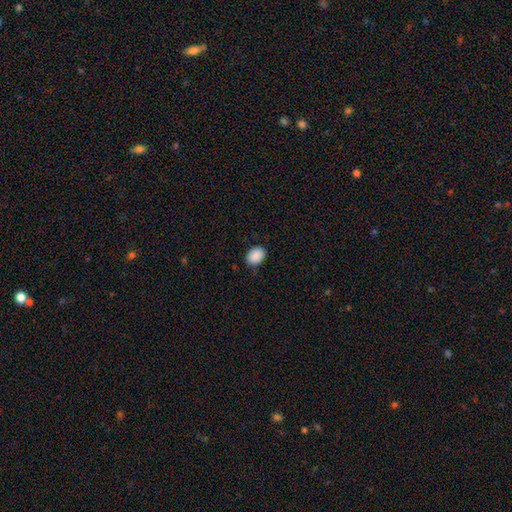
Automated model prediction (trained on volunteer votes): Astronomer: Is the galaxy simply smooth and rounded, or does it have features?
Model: smooth — 90%.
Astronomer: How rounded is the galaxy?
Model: in between — 68%.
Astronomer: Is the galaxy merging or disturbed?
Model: none — 87%.